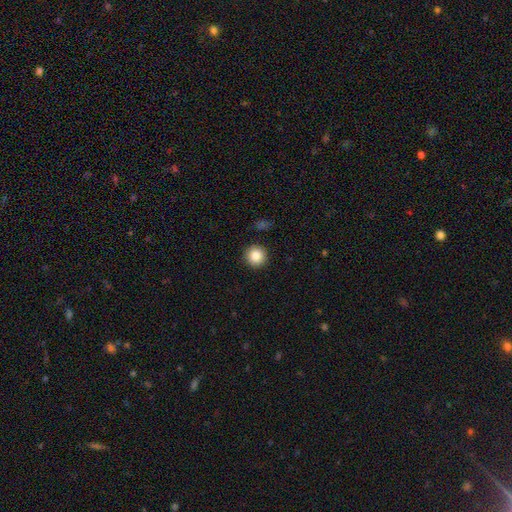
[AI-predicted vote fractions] smooth-or-featured: smooth: 85% | star or artifact: 9% | featured or disk: 6%
  how-rounded: round: 95% | in between: 4% | cigar-shaped: 1%
  merging: none: 92% | minor disturbance: 5% | major disturbance: 2% | merger: 1%